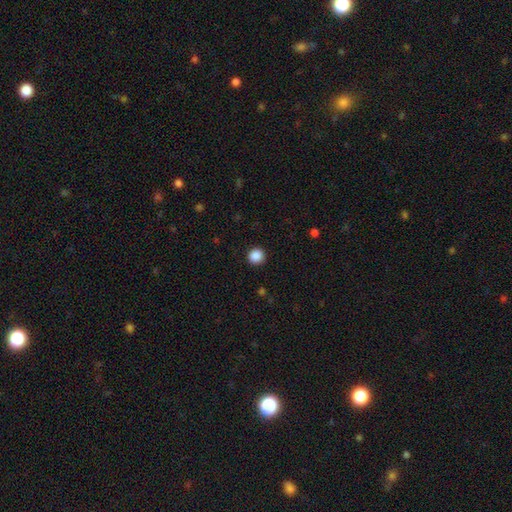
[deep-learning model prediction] A smooth galaxy with no disk features (88%) that is round (94%).

Vote fractions:
- Smooth or featured? smooth: 88% / star or artifact: 10% / featured or disk: 2%
- How rounded? round: 94% / in between: 5% / cigar-shaped: 1%
- Merging? none: 92% / minor disturbance: 5% / major disturbance: 2% / merger: 1%